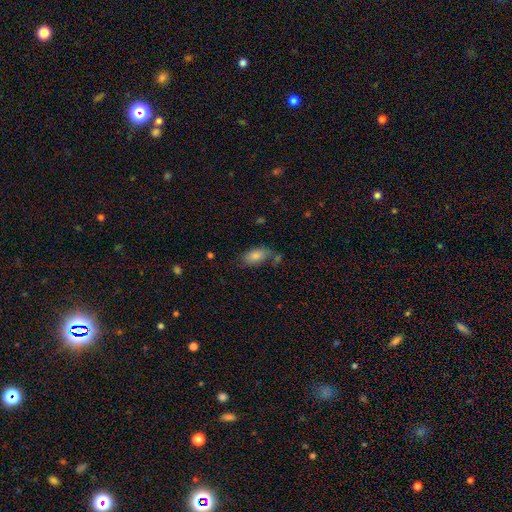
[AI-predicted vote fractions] smooth 83%, featured or disk 9%, star or artifact 8%. Down the decision tree: how rounded — in between (92%); merging — none (62%).